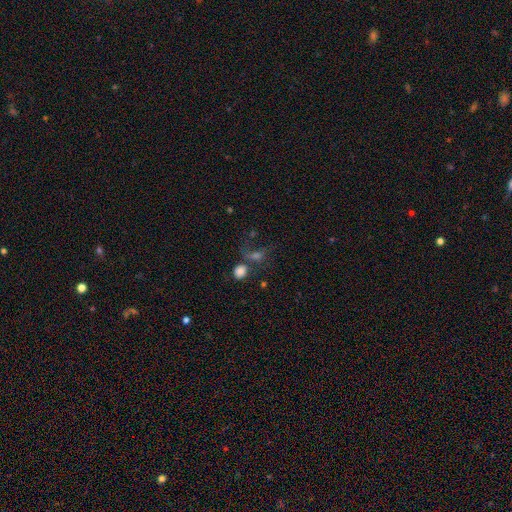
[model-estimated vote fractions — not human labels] Q: Smooth or featured?
A: smooth (38%); runner-up: star or artifact (33%)
Q: Merging?
A: none (40%); runner-up: merger (28%)